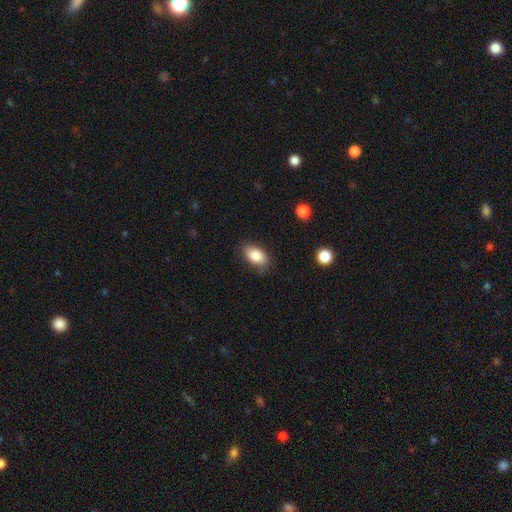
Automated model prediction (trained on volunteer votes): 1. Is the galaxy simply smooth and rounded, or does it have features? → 85% smooth, 8% star or artifact, 7% featured or disk.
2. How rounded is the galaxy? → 89% in between, 9% round, 2% cigar-shaped.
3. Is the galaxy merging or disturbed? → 81% none, 15% minor disturbance, 3% major disturbance, 1% merger.